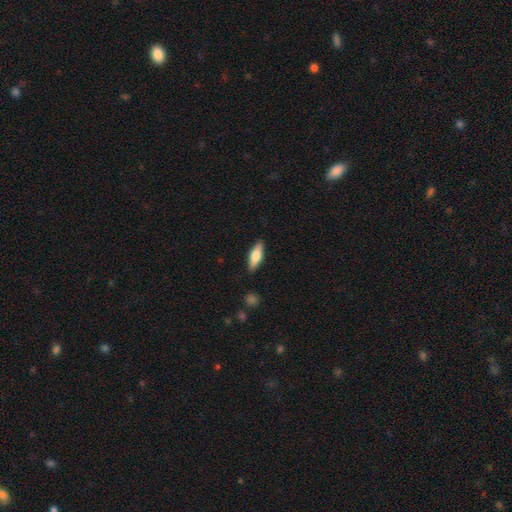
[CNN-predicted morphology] Smooth or featured? smooth (66%)
How rounded? in between (53%)
Merging? none (87%)